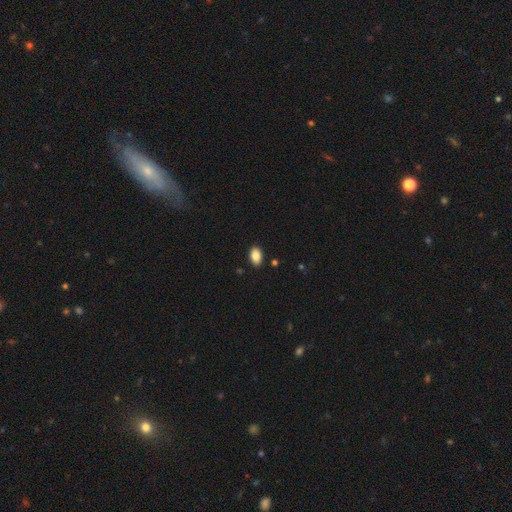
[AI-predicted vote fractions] Smooth or featured?
  - smooth: 85% *
  - star or artifact: 8%
  - featured or disk: 7%
How rounded?
  - in between: 90% *
  - round: 9%
  - cigar-shaped: 1%
Merging?
  - none: 88% *
  - minor disturbance: 9%
  - major disturbance: 2%
  - merger: 1%